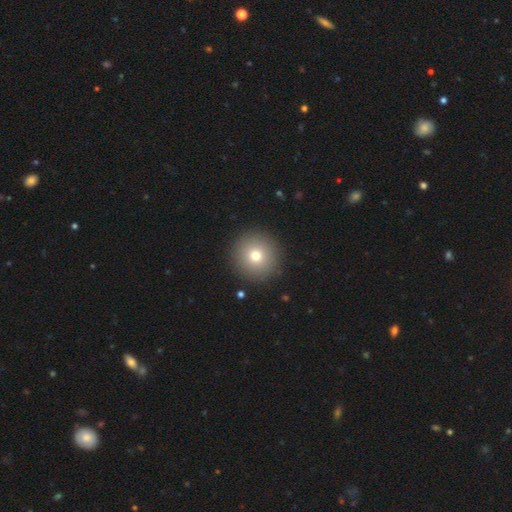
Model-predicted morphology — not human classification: Smooth or featured: smooth — 76% (featured or disk — 12%)
How rounded: round — 96% (in between — 3%)
Merging: none — 92% (minor disturbance — 5%)